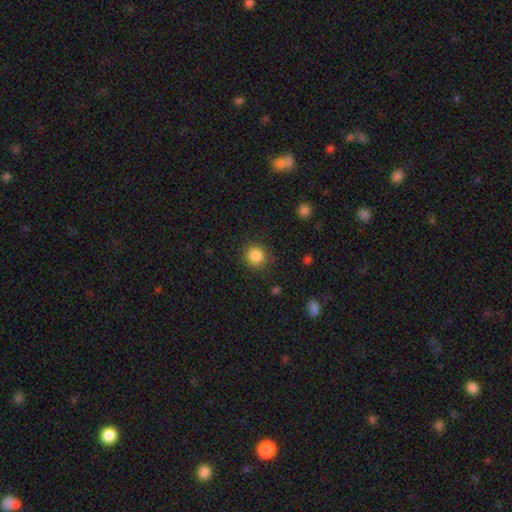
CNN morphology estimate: smooth 85%, star or artifact 11%, featured or disk 4%. Down the decision tree: how rounded — round (92%); merging — none (87%).